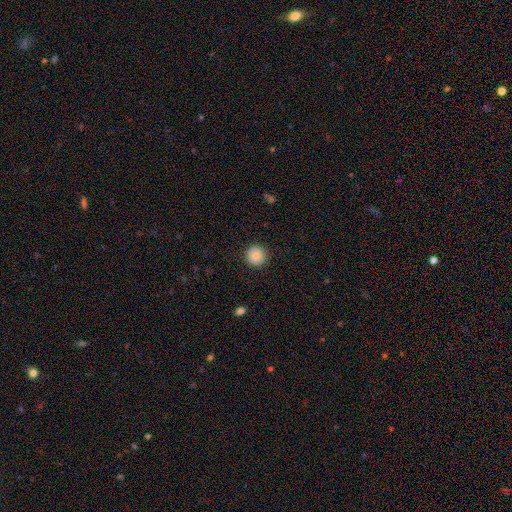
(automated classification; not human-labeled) A smooth galaxy with no disk features (84%) that is round (94%).

Vote fractions:
- Smooth or featured? smooth: 84% / star or artifact: 9% / featured or disk: 7%
- How rounded? round: 94% / in between: 5% / cigar-shaped: 1%
- Merging? none: 91% / minor disturbance: 6% / major disturbance: 2% / merger: 1%